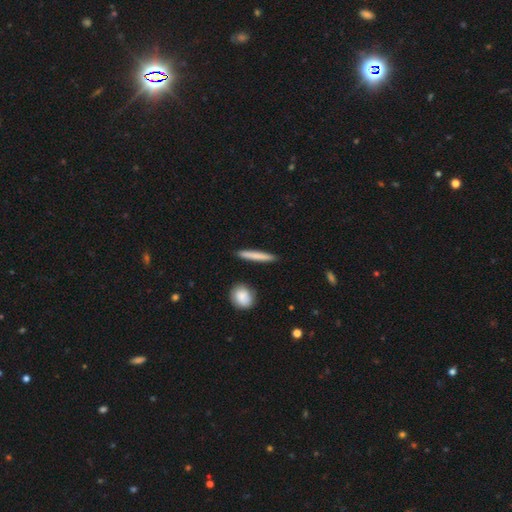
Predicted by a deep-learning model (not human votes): A smooth galaxy with no disk features (73%) that is cigar-shaped (94%). Merging: none (90%).